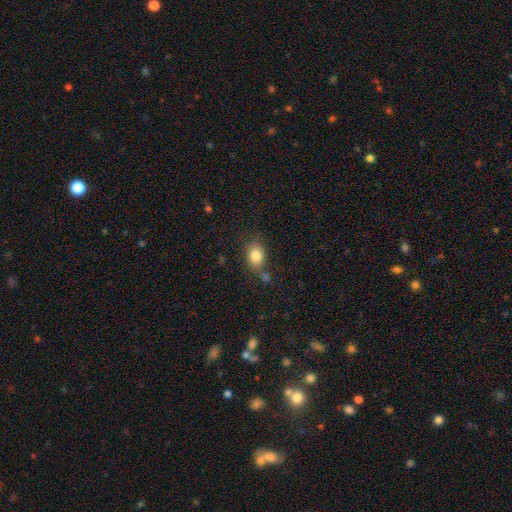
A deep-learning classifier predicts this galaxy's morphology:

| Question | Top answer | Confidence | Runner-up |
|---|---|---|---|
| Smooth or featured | smooth | 83% | star or artifact (10%) |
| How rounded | in between | 55% | round (43%) |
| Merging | none | 61% | minor disturbance (19%) |